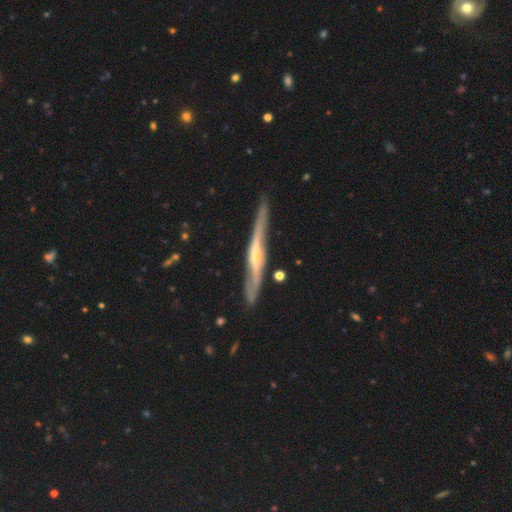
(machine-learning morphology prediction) A featured or disk galaxy (79%) viewed edge-on (83%) with a rounded central bulge (60%). Merging: none (75%).